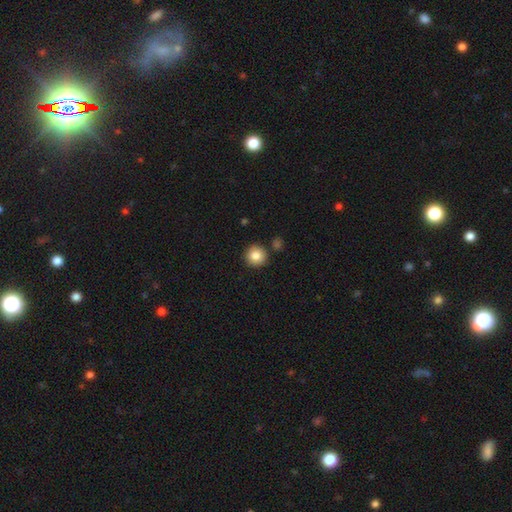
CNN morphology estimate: Smooth or featured?
  - smooth: 84% *
  - star or artifact: 10%
  - featured or disk: 7%
How rounded?
  - round: 94% *
  - in between: 5%
  - cigar-shaped: 1%
Merging?
  - none: 87% *
  - minor disturbance: 7%
  - merger: 4%
  - major disturbance: 2%